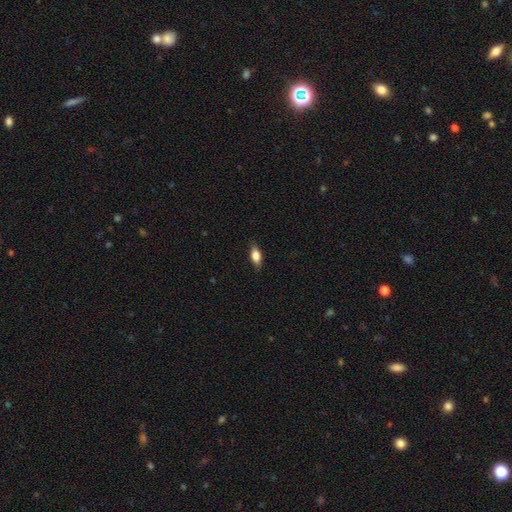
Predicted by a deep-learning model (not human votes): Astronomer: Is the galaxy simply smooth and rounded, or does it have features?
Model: smooth — 77%.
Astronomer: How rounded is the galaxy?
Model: in between — 80%.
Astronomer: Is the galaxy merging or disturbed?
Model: none — 84%.